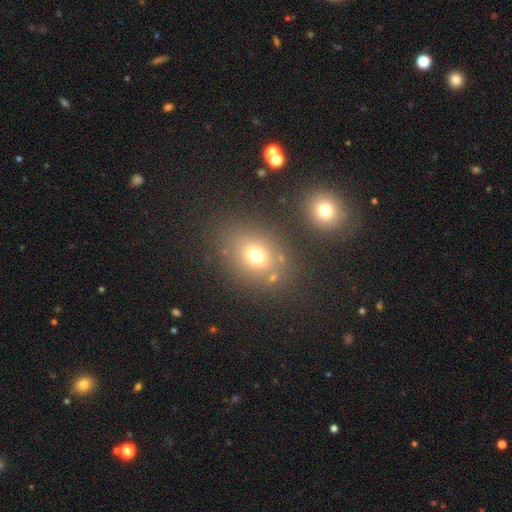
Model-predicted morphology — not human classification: smooth_or_featured: smooth (p=0.68) [alt: star or artifact p=0.18]
how_rounded: in between (p=0.49) [tied with: round p=0.49]
merging: none (p=0.72) [alt: minor disturbance p=0.12]